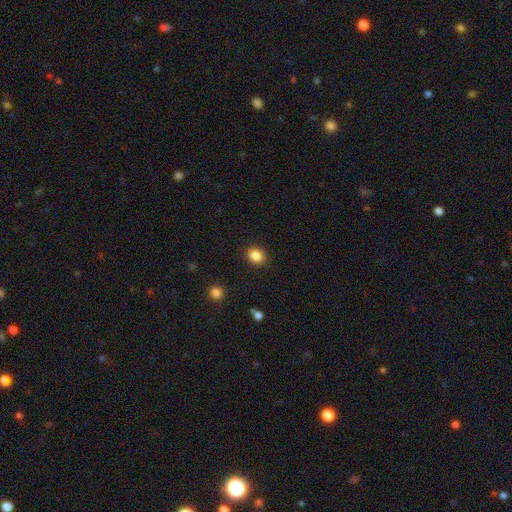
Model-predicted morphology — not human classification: Overall: smooth (85%). How rounded: round (80%). Merging: none (88%).